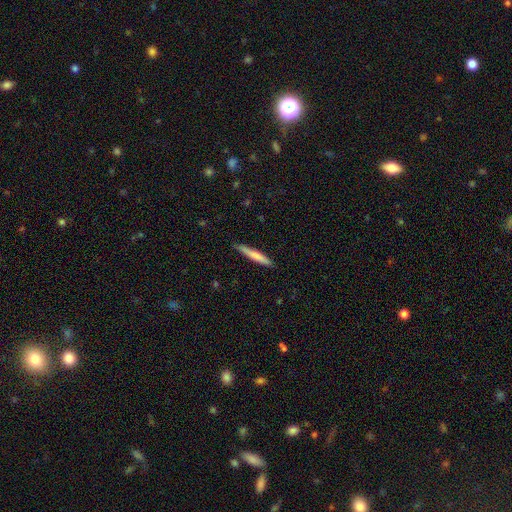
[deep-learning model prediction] Smooth or featured: smooth — 73% (featured or disk — 22%)
How rounded: cigar-shaped — 95% (in between — 4%)
Merging: none — 85% (minor disturbance — 12%)